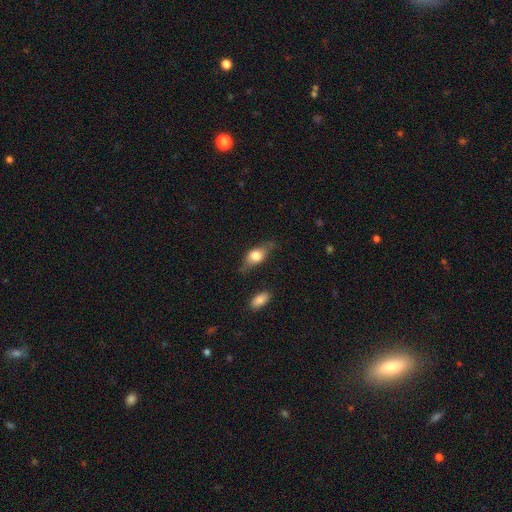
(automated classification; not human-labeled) Q: Smooth or featured?
A: smooth (64%); runner-up: featured or disk (29%)
Q: How rounded?
A: in between (76%); runner-up: cigar-shaped (14%)
Q: Merging?
A: none (65%); runner-up: minor disturbance (24%)